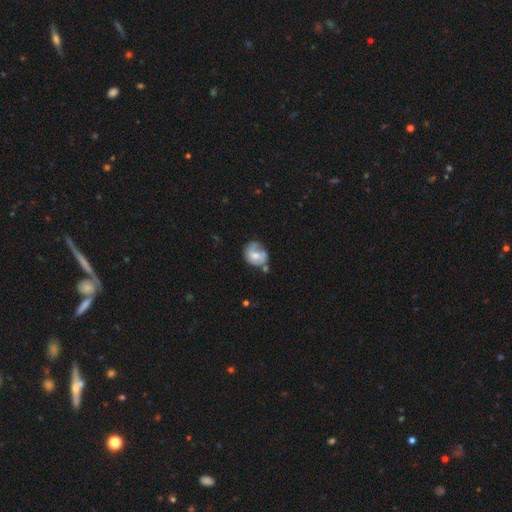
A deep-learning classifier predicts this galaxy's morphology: This is possibly a featured or disk galaxy (53%). It is clearly not viewed edge-on (97%). Bar: possibly no (54%). Spiral arm pattern: likely yes (71%). Central bulge: possibly moderate (57%). Merging: possibly none (48%).